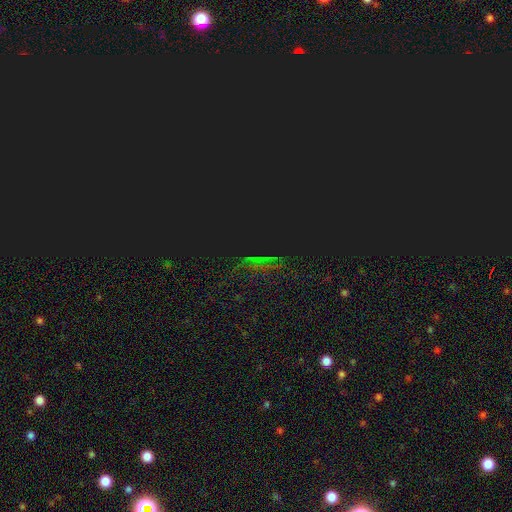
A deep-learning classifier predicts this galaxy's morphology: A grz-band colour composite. It shows a star or artifact, not a galaxy (83%).